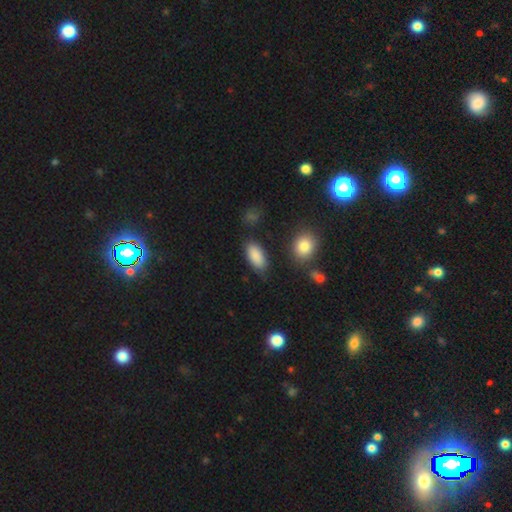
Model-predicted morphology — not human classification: Overall: smooth (88%). How rounded: in between (91%). Merging: none (75%).